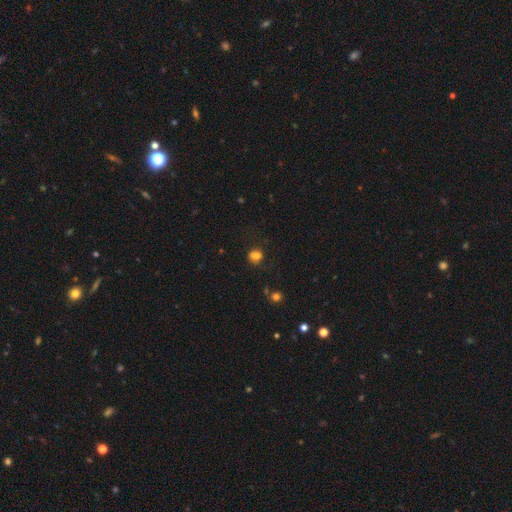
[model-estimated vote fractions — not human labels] smooth 79%, star or artifact 15%, featured or disk 7%. Down the decision tree: how rounded — in between (51%); merging — none (66%).